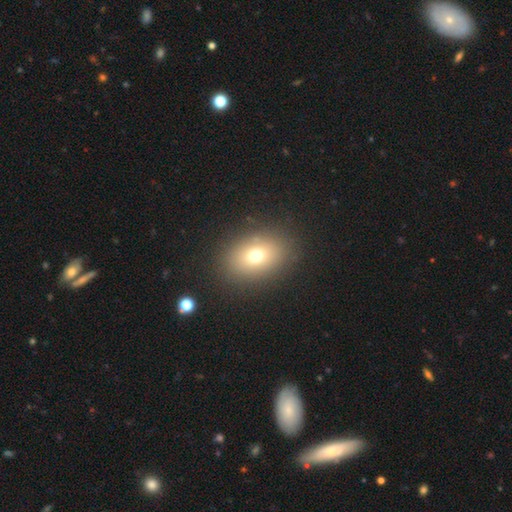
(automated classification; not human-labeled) Morphology: type=smooth (71%); roundness=in between (70%); merging=none (87%).